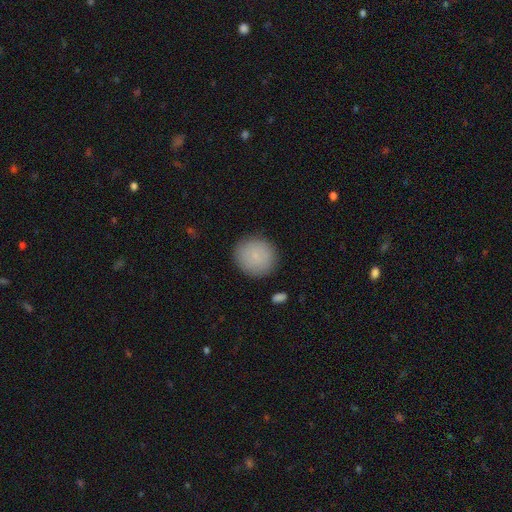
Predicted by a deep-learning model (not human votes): This appears to be a smooth galaxy with no disk features (84%) that is round (91%). Merging: none (89%).